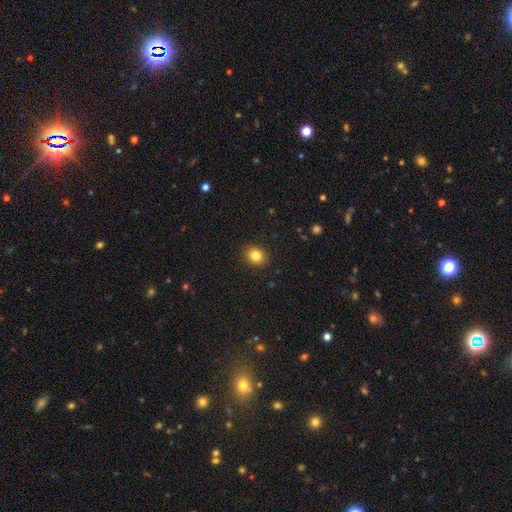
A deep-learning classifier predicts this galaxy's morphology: smooth-or-featured: smooth: 84% | star or artifact: 10% | featured or disk: 6%
  how-rounded: round: 59% | in between: 41% | cigar-shaped: 1%
  merging: none: 90% | minor disturbance: 7% | major disturbance: 2% | merger: 1%